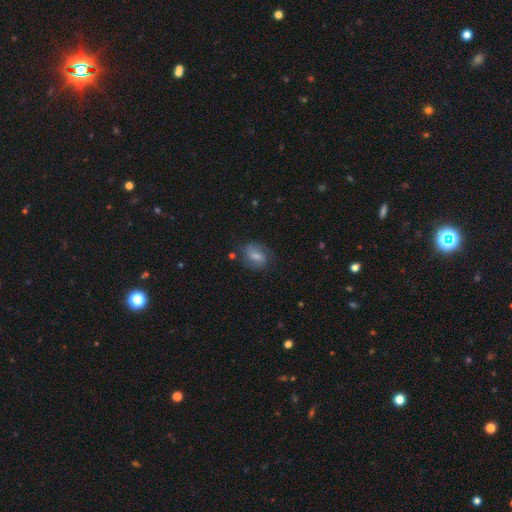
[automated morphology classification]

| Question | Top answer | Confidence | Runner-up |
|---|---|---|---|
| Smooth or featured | smooth | 58% | featured or disk (34%) |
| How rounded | in between | 75% | round (23%) |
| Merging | none | 65% | minor disturbance (22%) |